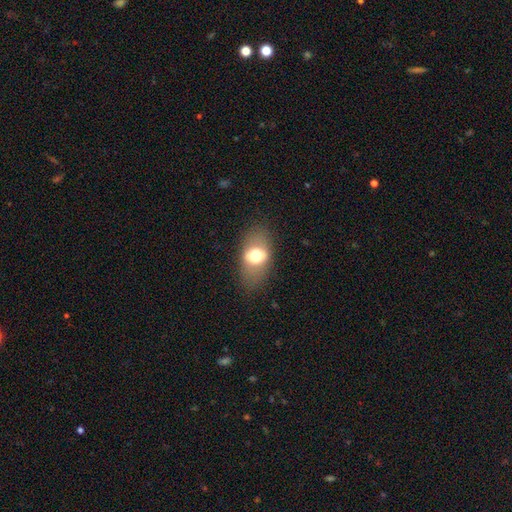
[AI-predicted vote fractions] Q: Smooth or featured?
A: smooth (60%); runner-up: featured or disk (31%)
Q: How rounded?
A: in between (84%); runner-up: round (13%)
Q: Merging?
A: none (79%); runner-up: minor disturbance (14%)